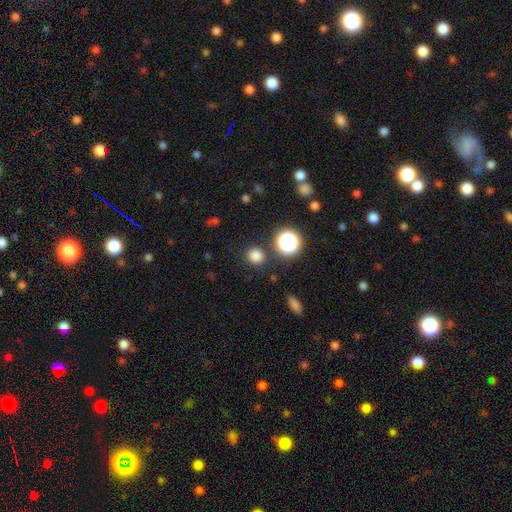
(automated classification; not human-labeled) Smooth or featured?
  - smooth: 79% *
  - star or artifact: 17%
  - featured or disk: 4%
How rounded?
  - round: 89% *
  - in between: 10%
  - cigar-shaped: 1%
Merging?
  - none: 87% *
  - minor disturbance: 7%
  - merger: 3%
  - major disturbance: 3%